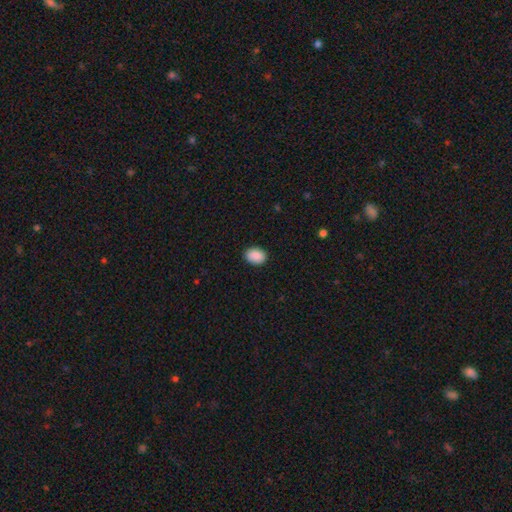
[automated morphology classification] type=smooth (90%); roundness=in between (74%); merging=none (90%).